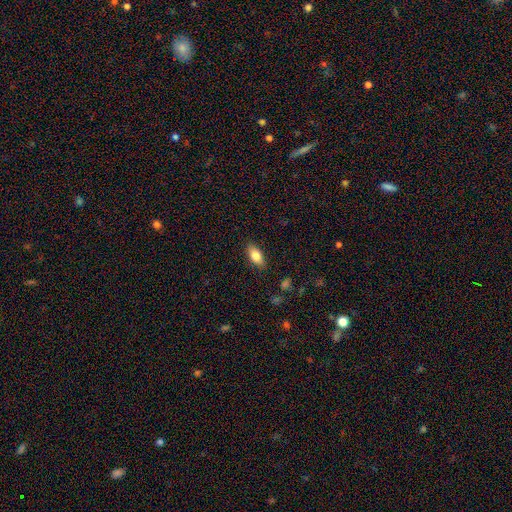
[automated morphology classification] This appears to be a smooth galaxy with no disk features (82%) that is in between round and cigar-shaped (90%). Merging: none (87%).